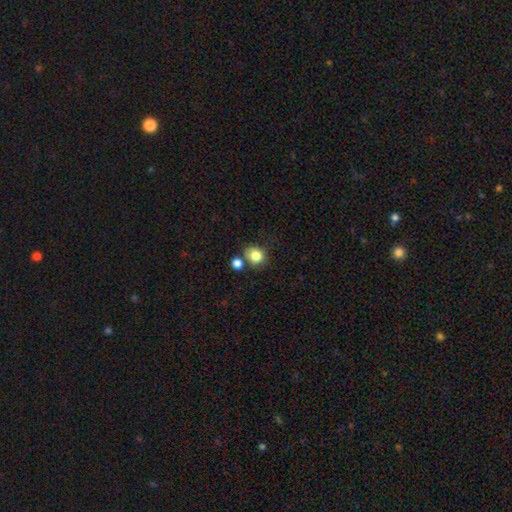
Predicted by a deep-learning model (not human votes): This appears to be a smooth galaxy with no disk features (82%) that is round (77%). Merging: none (63%).